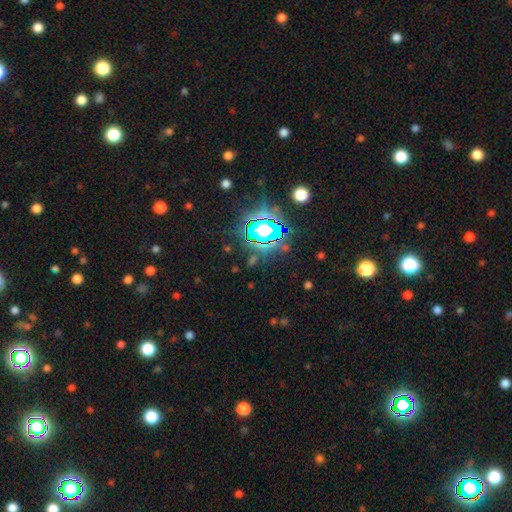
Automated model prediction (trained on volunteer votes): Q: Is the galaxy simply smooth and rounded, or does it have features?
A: star or artifact — 78%.